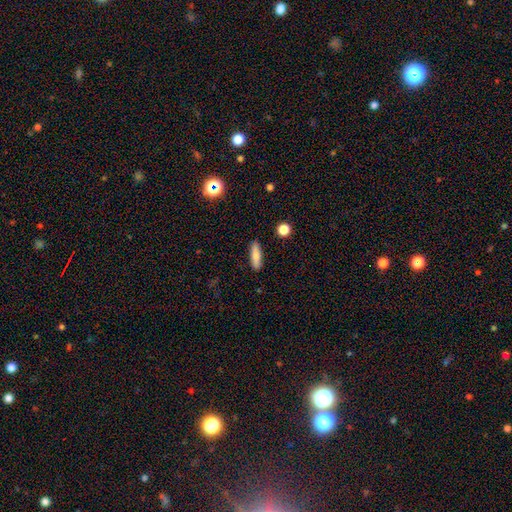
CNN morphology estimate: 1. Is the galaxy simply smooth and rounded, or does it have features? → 74% smooth, 19% featured or disk, 8% star or artifact.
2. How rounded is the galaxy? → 64% cigar-shaped, 34% in between, 3% round.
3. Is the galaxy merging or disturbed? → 89% none, 8% minor disturbance, 2% major disturbance, 1% merger.